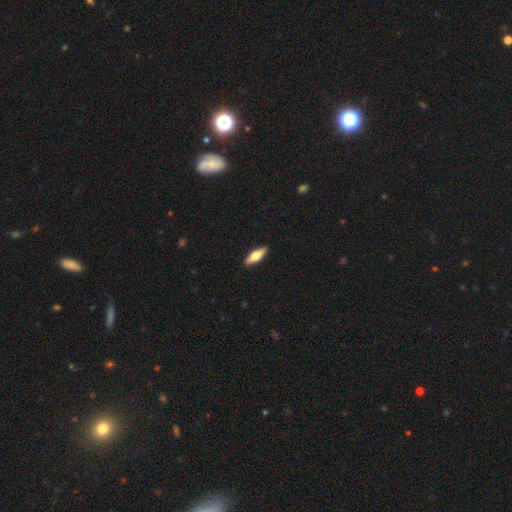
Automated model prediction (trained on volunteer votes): smooth_or_featured: smooth (p=0.58) [alt: featured or disk p=0.36]
how_rounded: cigar-shaped (p=0.51) [alt: in between p=0.46]
merging: none (p=0.90) [alt: minor disturbance p=0.07]